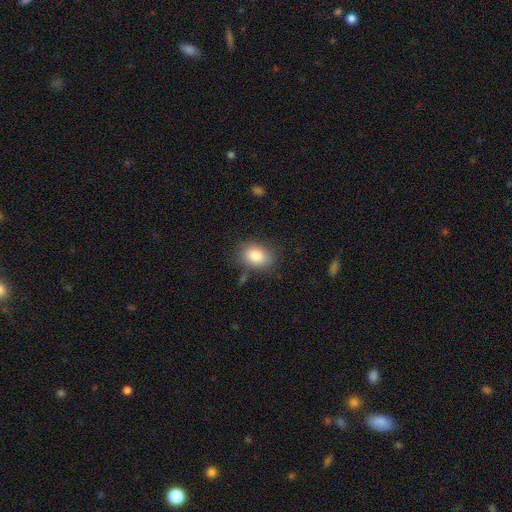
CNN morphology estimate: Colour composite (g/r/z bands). It shows a smooth galaxy with no disk features (84%) that is in between round and cigar-shaped (78%). Merging: none (79%).